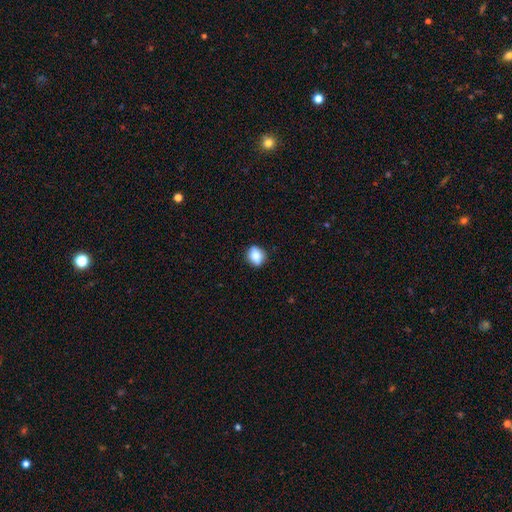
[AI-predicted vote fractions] Morphology: type=smooth (80%); roundness=round (51%); merging=none (84%).